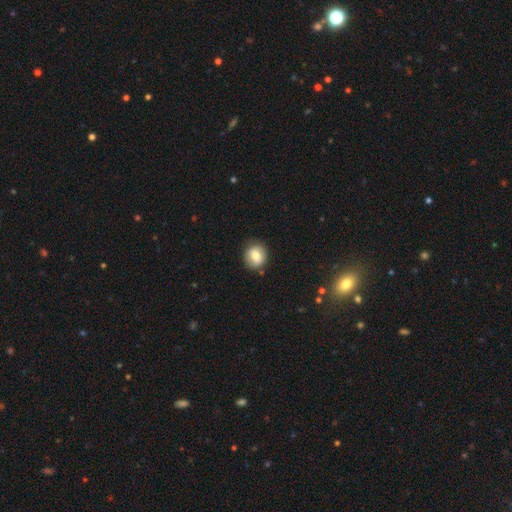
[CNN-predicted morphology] Overall: smooth (75%). How rounded: round (72%). Merging: none (81%).